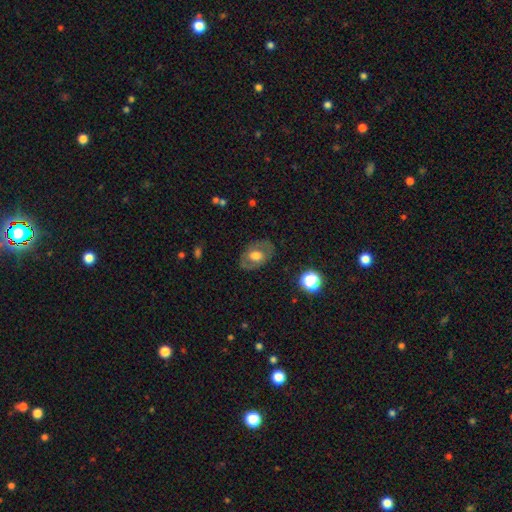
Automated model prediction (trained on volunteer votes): smooth_or_featured: smooth (p=0.53) [alt: featured or disk p=0.39]
how_rounded: in between (p=0.75) [alt: round p=0.24]
merging: none (p=0.77) [alt: minor disturbance p=0.15]